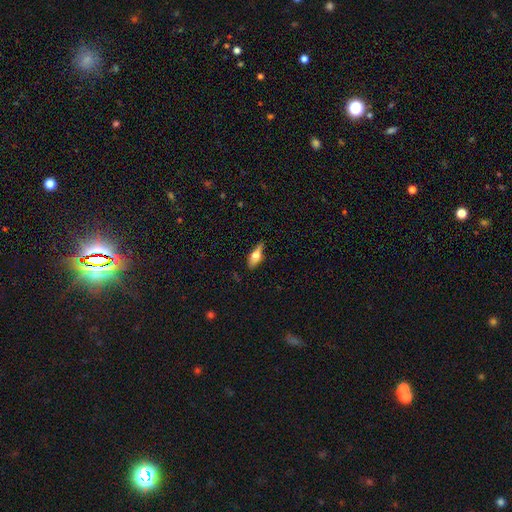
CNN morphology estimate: A smooth galaxy with no disk features (53%) that is in between round and cigar-shaped (62%). Merging: none (73%).